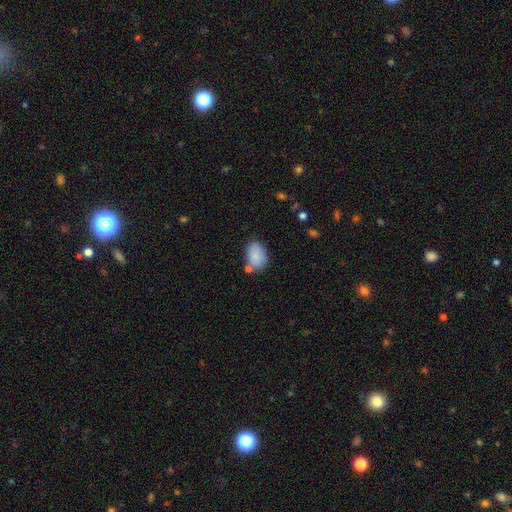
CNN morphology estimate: smooth 86%, featured or disk 7%, star or artifact 7%. Down the decision tree: how rounded — in between (86%); merging — none (66%).